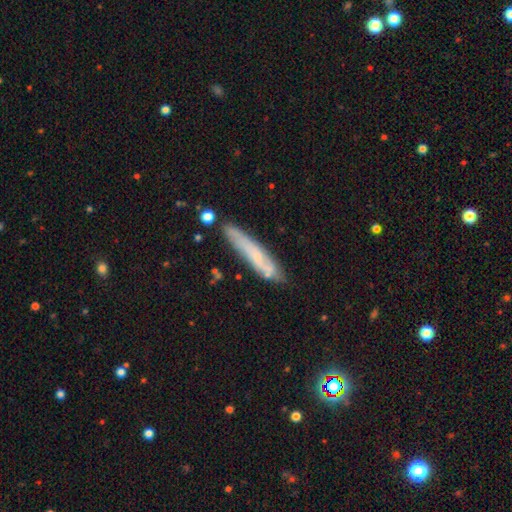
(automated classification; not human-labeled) Overall: smooth (49%; featured or disk 42%). Merging: none (74%).